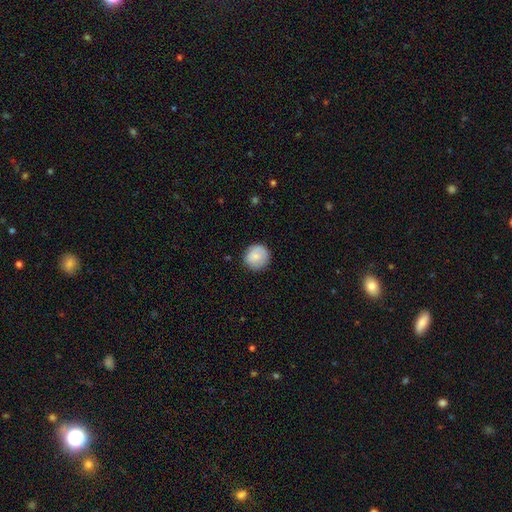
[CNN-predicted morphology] Smooth or featured?
  - smooth: 80% *
  - featured or disk: 13%
  - star or artifact: 7%
How rounded?
  - round: 92% *
  - in between: 7%
  - cigar-shaped: 1%
Merging?
  - none: 83% *
  - minor disturbance: 13%
  - major disturbance: 3%
  - merger: 1%